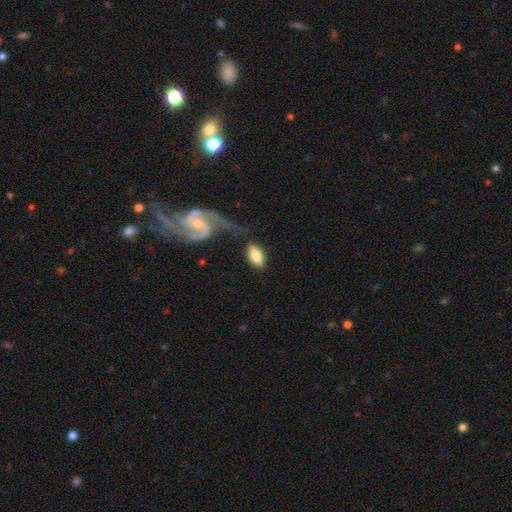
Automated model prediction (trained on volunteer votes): smooth-or-featured: smooth: 70% | featured or disk: 25% | star or artifact: 6%
  how-rounded: in between: 91% | cigar-shaped: 5% | round: 4%
  merging: none: 65% | minor disturbance: 17% | merger: 10% | major disturbance: 8%